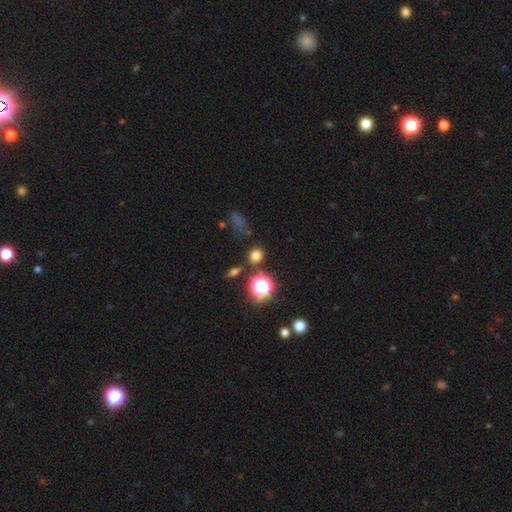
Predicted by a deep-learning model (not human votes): Smooth or featured?
  - smooth: 72% *
  - star or artifact: 21%
  - featured or disk: 7%
How rounded?
  - round: 83% *
  - in between: 16%
  - cigar-shaped: 2%
Merging?
  - none: 79% *
  - minor disturbance: 9%
  - merger: 8%
  - major disturbance: 4%